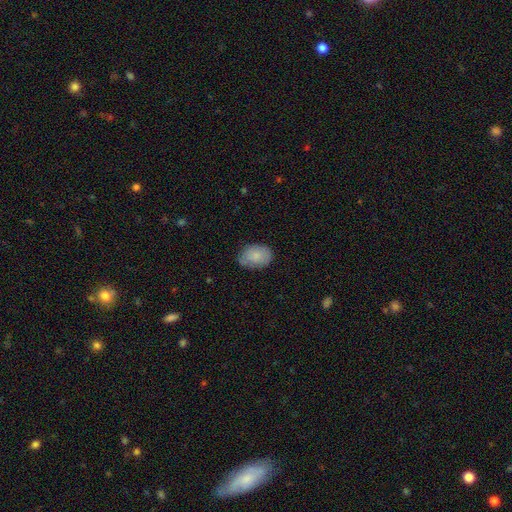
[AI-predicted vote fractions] A smooth galaxy with no disk features (81%) that is in between round and cigar-shaped (81%). Merging: none (69%).